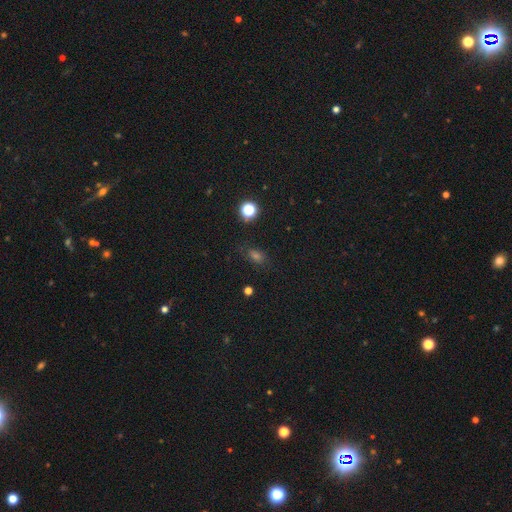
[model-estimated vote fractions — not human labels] smooth-or-featured: smooth: 58% | star or artifact: 32% | featured or disk: 10%
  how-rounded: in between: 70% | round: 26% | cigar-shaped: 4%
  merging: none: 75% | minor disturbance: 16% | major disturbance: 6% | merger: 3%